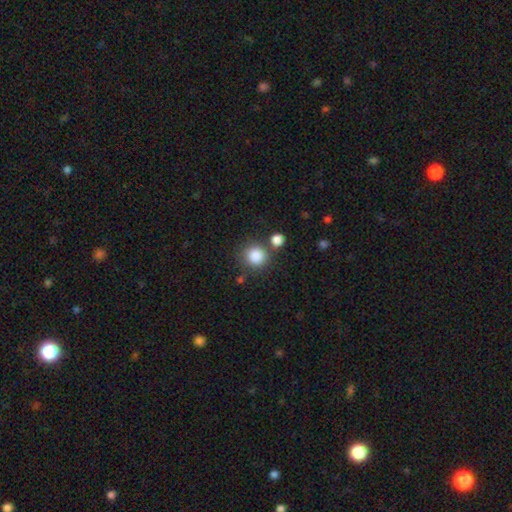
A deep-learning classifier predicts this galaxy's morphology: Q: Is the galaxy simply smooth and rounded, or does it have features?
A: smooth — 85%.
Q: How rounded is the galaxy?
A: round — 91%.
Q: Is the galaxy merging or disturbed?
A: none — 74%.